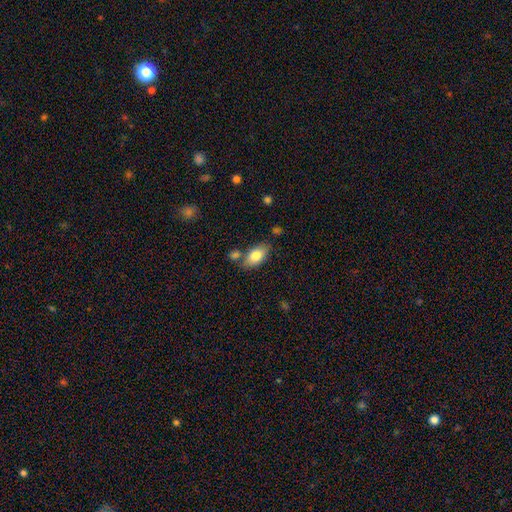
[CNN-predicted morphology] The model was most divided on "merging": none: 68%, minor disturbance: 15%, merger: 13%, major disturbance: 4%. More confident: how rounded — in between (91%); smooth or featured — smooth (79%).